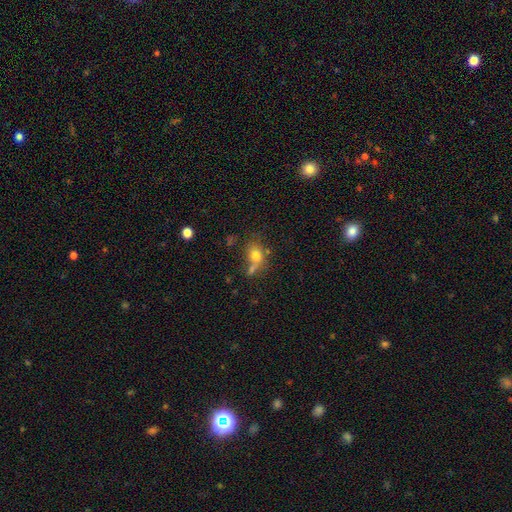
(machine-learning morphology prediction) A smooth galaxy with no disk features (74%) that is in between round and cigar-shaped (54%).

Vote fractions:
- Smooth or featured? smooth: 74% / featured or disk: 13% / star or artifact: 12%
- How rounded? in between: 54% / round: 44% / cigar-shaped: 2%
- Merging? none: 45% / merger: 27% / minor disturbance: 17% / major disturbance: 10%